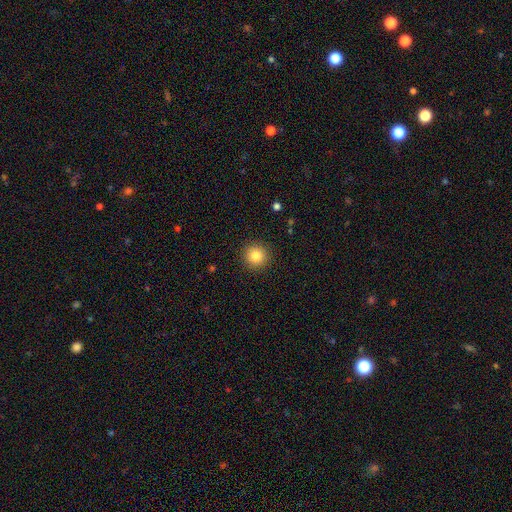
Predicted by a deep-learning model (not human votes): This appears to be a smooth galaxy with no disk features (84%) that is round (95%). Merging: none (91%).